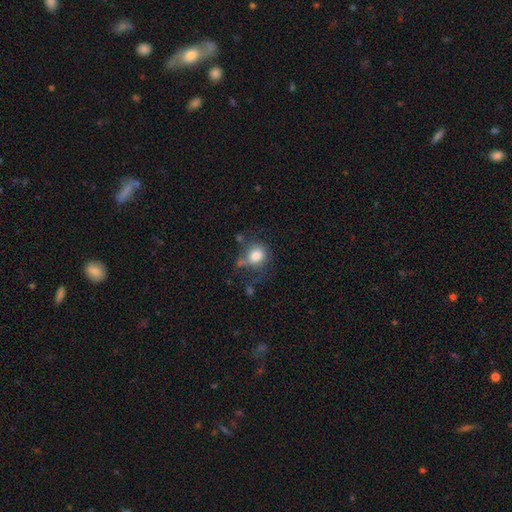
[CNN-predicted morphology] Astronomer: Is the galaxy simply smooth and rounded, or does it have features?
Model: smooth — 80%.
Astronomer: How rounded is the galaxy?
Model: round — 67%.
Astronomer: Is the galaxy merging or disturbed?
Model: none — 53%.